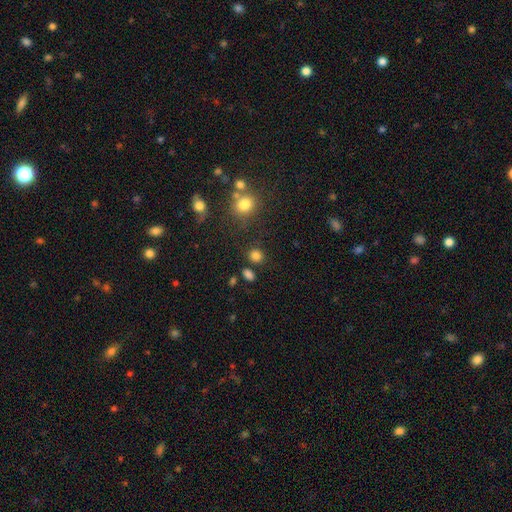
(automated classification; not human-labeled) Smooth or featured? smooth (81%)
How rounded? round (72%)
Merging? none (80%)